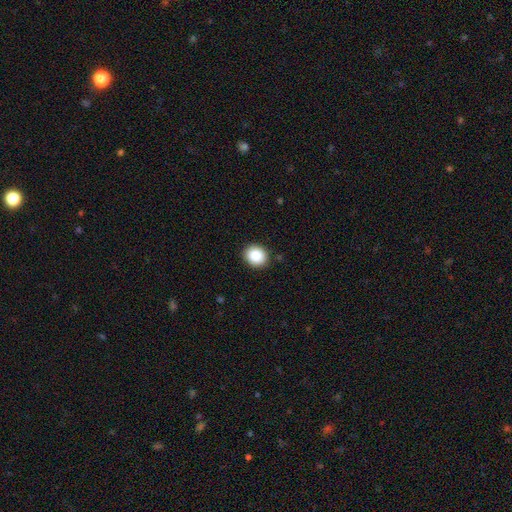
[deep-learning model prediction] Smooth or featured: smooth — 88% (star or artifact — 9%)
How rounded: round — 75% (in between — 24%)
Merging: none — 90% (minor disturbance — 7%)